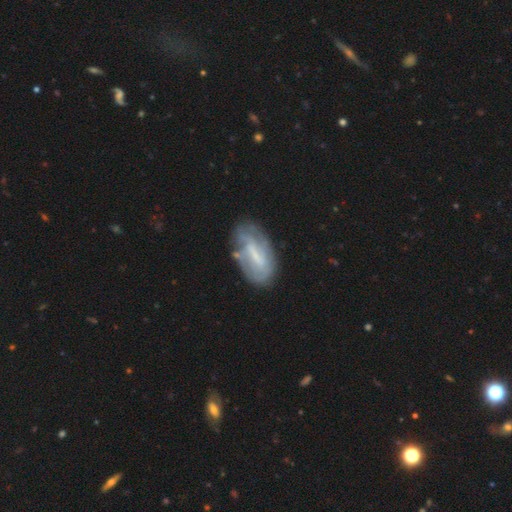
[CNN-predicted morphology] type=featured or disk (60%); edge-on=no (93%); bar=weak (43%); spiral arms=yes (57%); bulge=small (42%); merging=none (61%).